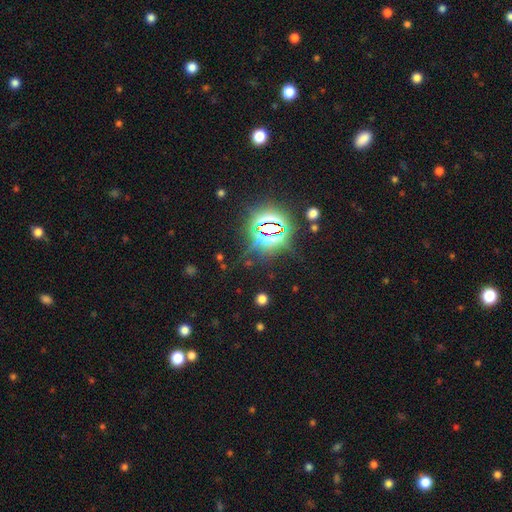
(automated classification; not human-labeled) star or artifact 80%, smooth 12%, featured or disk 8%.